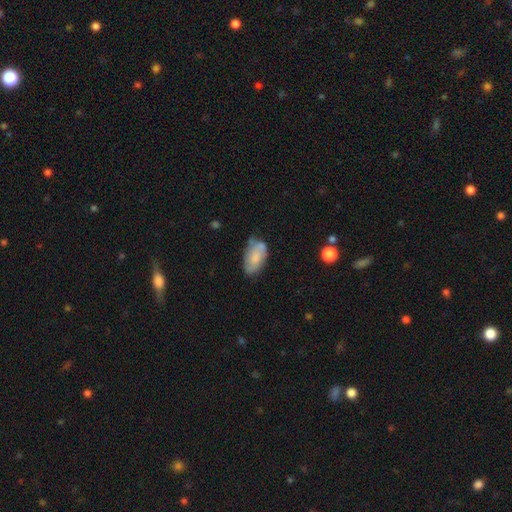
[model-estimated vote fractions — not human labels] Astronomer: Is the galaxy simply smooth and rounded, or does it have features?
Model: smooth — 65%.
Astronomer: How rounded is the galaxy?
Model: in between — 93%.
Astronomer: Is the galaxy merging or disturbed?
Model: none — 54% (runner-up: minor disturbance, 30%).